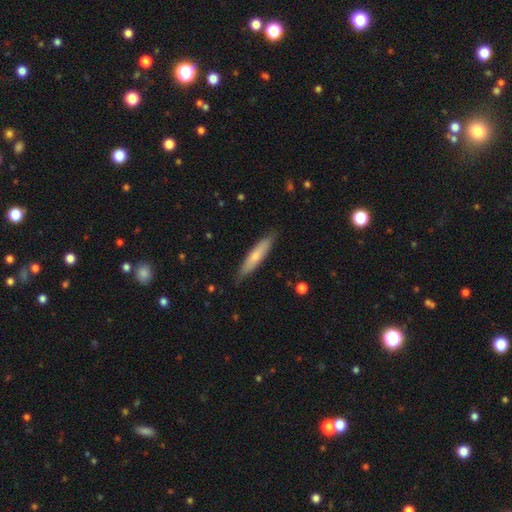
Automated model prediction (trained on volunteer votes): smooth 65%, featured or disk 29%, star or artifact 6%. Down the decision tree: how rounded — cigar-shaped (85%); merging — none (86%).